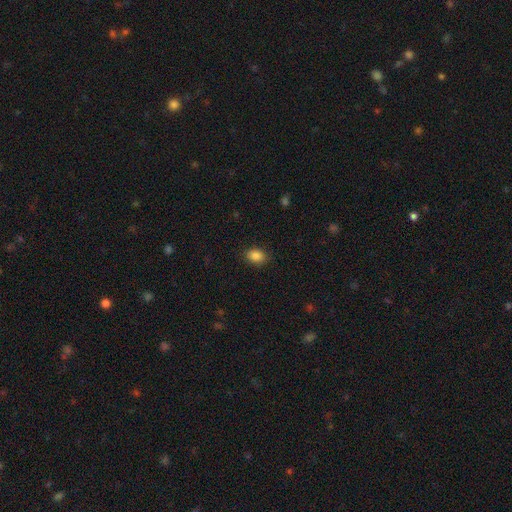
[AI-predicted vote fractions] Q: Smooth or featured?
A: smooth (86%); runner-up: star or artifact (10%)
Q: How rounded?
A: in between (68%); runner-up: round (30%)
Q: Merging?
A: none (87%); runner-up: minor disturbance (10%)